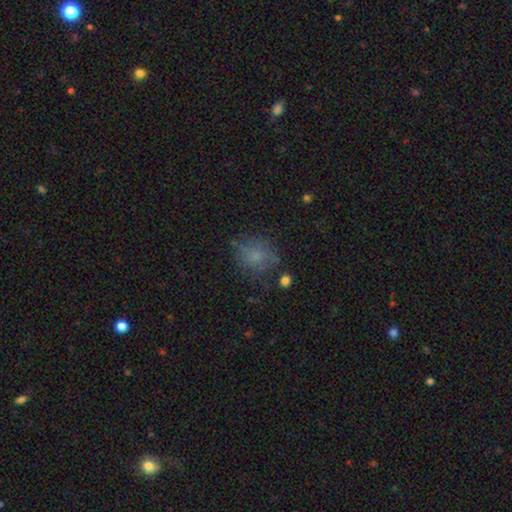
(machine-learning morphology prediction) A smooth galaxy with no disk features (66%) that is round (66%). Merging: none (62%).